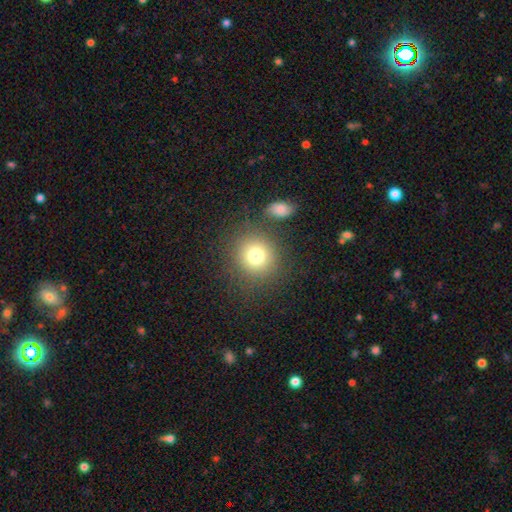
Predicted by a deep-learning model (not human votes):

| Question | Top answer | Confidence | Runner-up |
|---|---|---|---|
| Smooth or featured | smooth | 77% | star or artifact (13%) |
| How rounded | round | 88% | in between (11%) |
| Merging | none | 81% | minor disturbance (9%) |